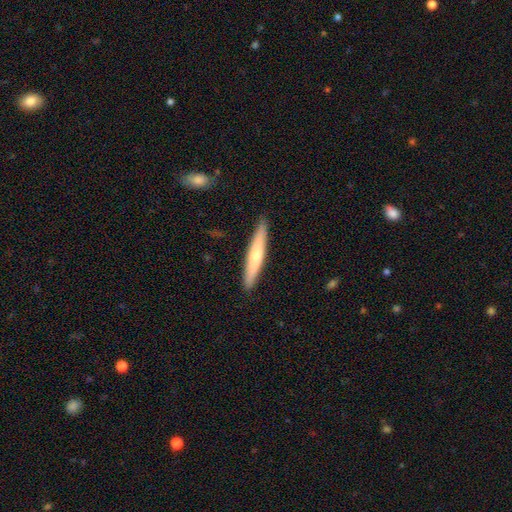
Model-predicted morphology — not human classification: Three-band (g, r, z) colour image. It shows a smooth galaxy with no disk features (57%) that is cigar-shaped (92%). Merging: none (90%).